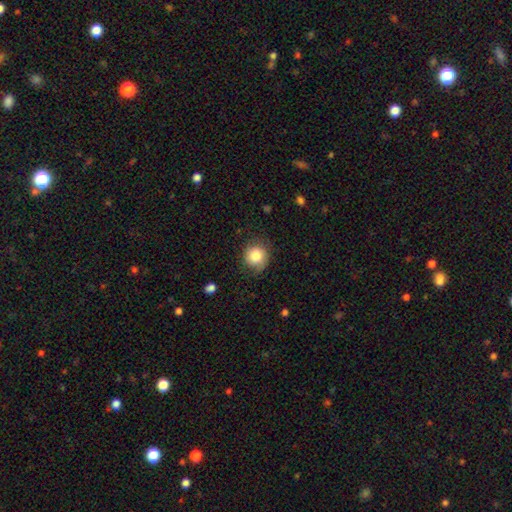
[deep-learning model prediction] This appears to be a smooth galaxy with no disk features (80%) that is round (87%). Merging: none (70%).